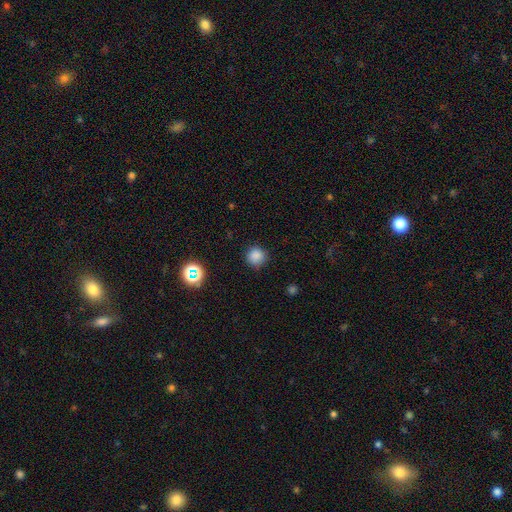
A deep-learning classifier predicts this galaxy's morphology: Smooth or featured? smooth (83%)
How rounded? round (93%)
Merging? none (86%)